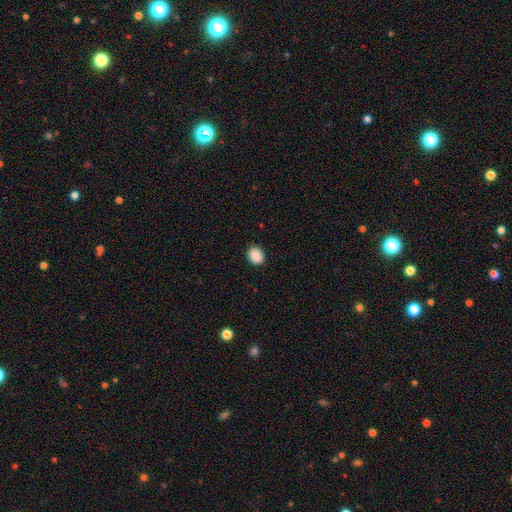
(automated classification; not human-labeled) smooth-or-featured: smooth: 90% | star or artifact: 8% | featured or disk: 2%
  how-rounded: round: 64% | in between: 35% | cigar-shaped: 1%
  merging: none: 91% | minor disturbance: 7% | major disturbance: 2% | merger: 1%